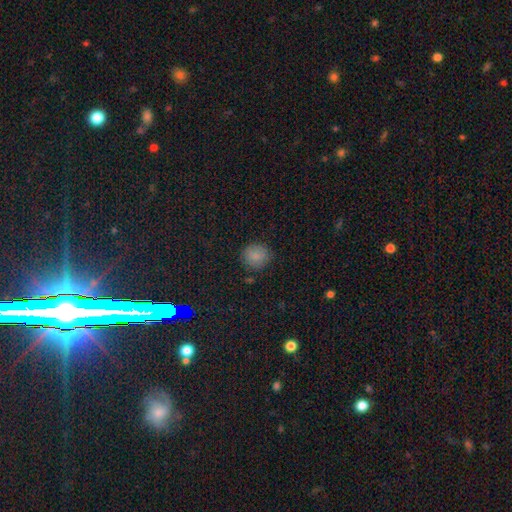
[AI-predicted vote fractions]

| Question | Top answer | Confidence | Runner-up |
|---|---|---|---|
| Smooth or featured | smooth | 82% | star or artifact (11%) |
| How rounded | round | 86% | in between (13%) |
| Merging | none | 84% | minor disturbance (12%) |